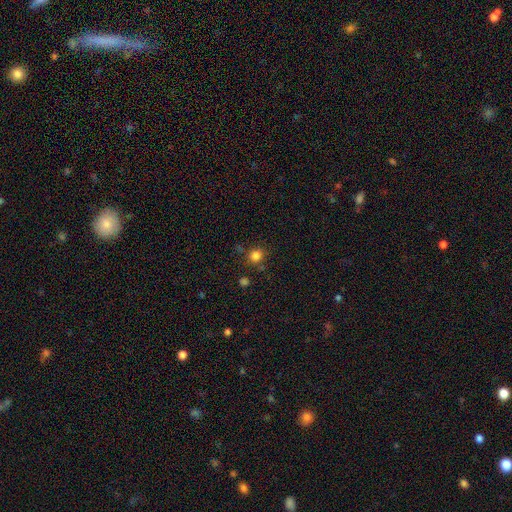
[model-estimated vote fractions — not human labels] Smooth or featured? smooth (81%)
How rounded? round (88%)
Merging? none (79%)